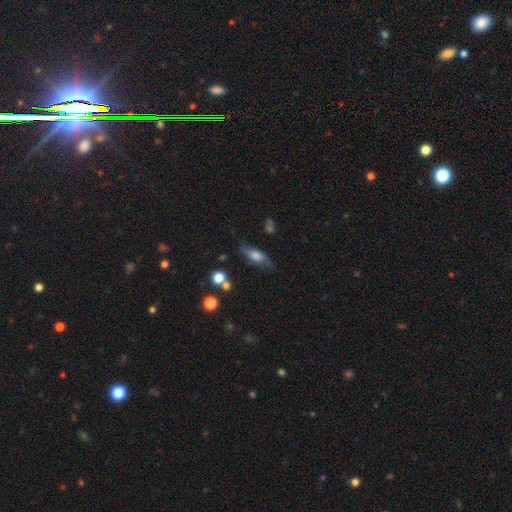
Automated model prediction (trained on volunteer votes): Smooth or featured: smooth — 56% (featured or disk — 36%)
How rounded: in between — 60% (cigar-shaped — 35%)
Merging: none — 68% (minor disturbance — 22%)